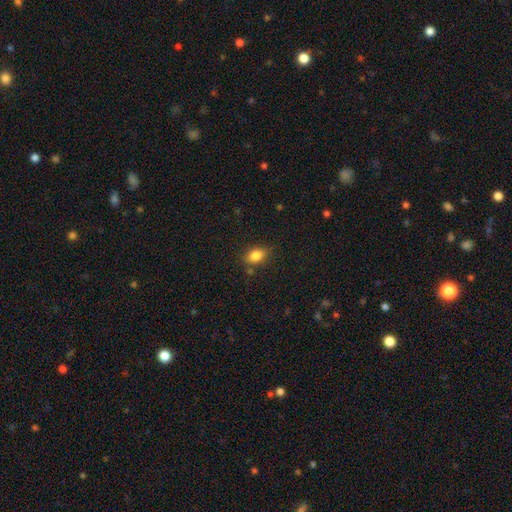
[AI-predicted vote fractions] This appears to be a smooth galaxy with no disk features (83%) that is in between round and cigar-shaped (79%). Merging: none (80%).